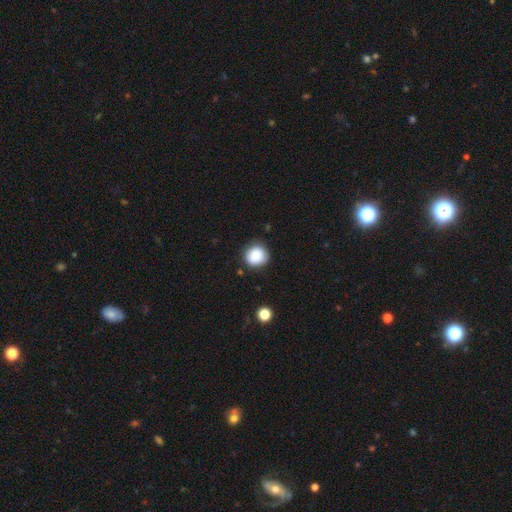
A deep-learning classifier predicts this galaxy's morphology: smooth-or-featured: smooth: 85% | star or artifact: 9% | featured or disk: 6%
  how-rounded: round: 91% | in between: 8% | cigar-shaped: 1%
  merging: none: 83% | minor disturbance: 12% | major disturbance: 3% | merger: 2%